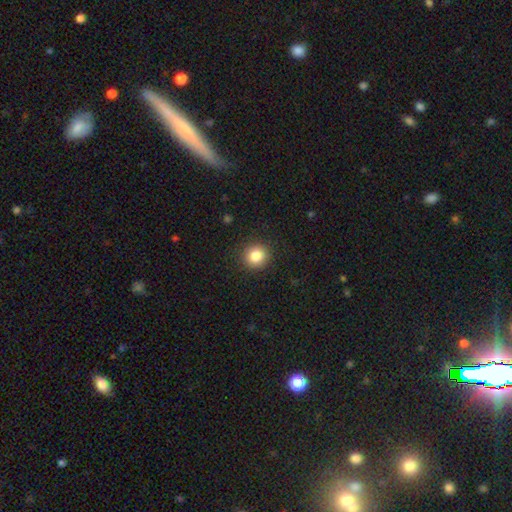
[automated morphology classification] Overall: smooth (84%). How rounded: round (91%). Merging: none (91%).